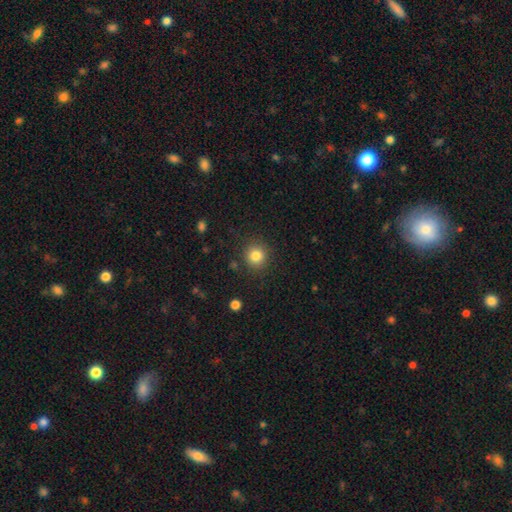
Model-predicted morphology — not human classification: smooth-or-featured: smooth: 82% | star or artifact: 12% | featured or disk: 6%
  how-rounded: round: 91% | in between: 8% | cigar-shaped: 1%
  merging: none: 88% | minor disturbance: 8% | major disturbance: 3% | merger: 2%